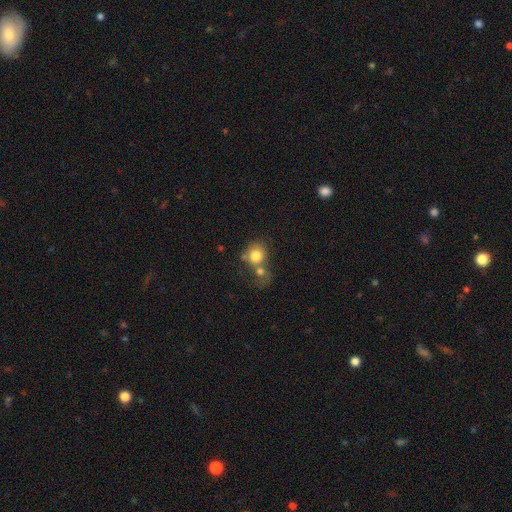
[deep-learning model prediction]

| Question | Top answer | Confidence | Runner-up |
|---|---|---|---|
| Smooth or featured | smooth | 77% | featured or disk (13%) |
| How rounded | round | 75% | in between (24%) |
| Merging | merger | 57% | none (26%) |